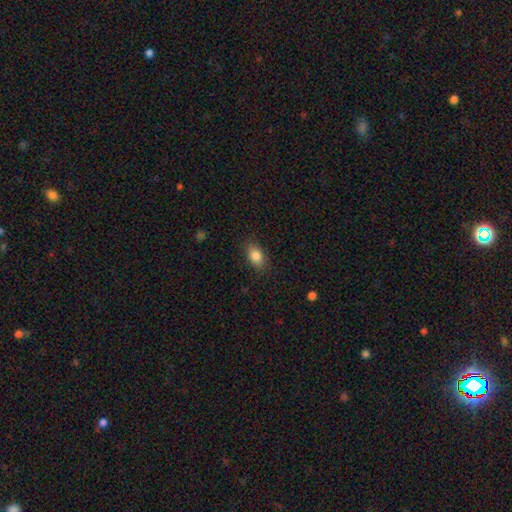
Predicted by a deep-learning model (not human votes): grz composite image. It shows a smooth galaxy with no disk features (84%) that is in between round and cigar-shaped (86%). Merging: none (86%).